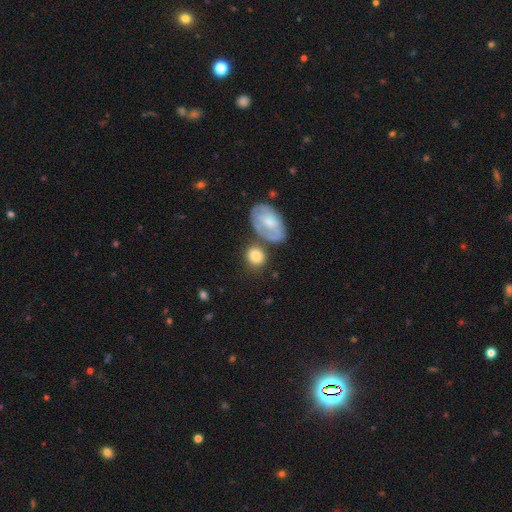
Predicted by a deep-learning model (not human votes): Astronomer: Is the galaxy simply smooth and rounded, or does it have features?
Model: smooth — 78%.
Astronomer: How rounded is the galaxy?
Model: round — 68%.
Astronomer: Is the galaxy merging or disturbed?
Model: none — 60%.